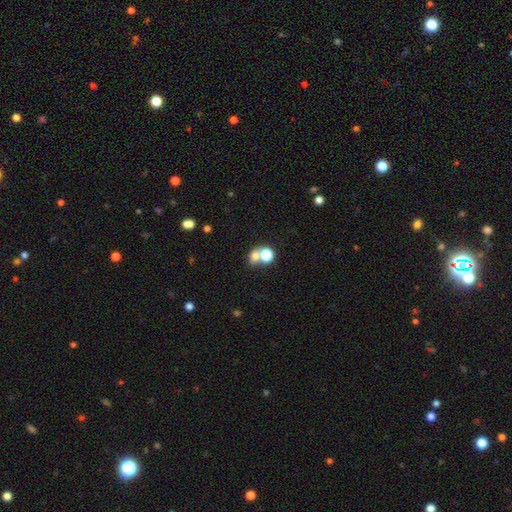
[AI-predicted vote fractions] This is likely a smooth galaxy (69%). How rounded: likely round (60%). Merging: possibly merger (48%).